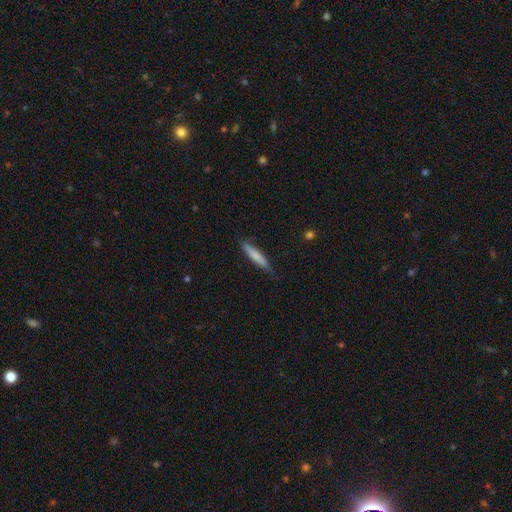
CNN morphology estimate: A smooth galaxy with no disk features (74%) that is cigar-shaped (90%). Merging: none (83%).